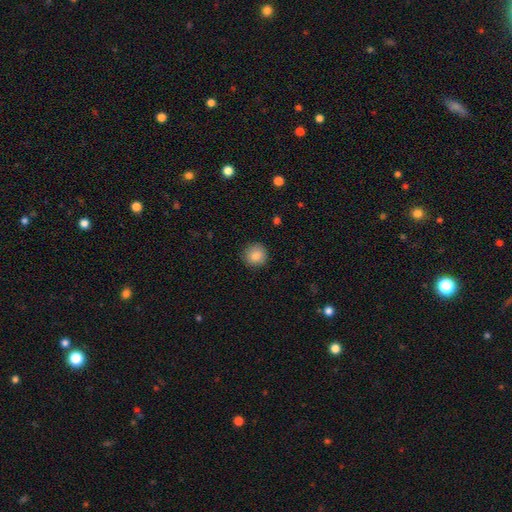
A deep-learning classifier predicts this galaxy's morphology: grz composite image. It shows a smooth galaxy with no disk features (85%) that is round (93%). Merging: none (89%).